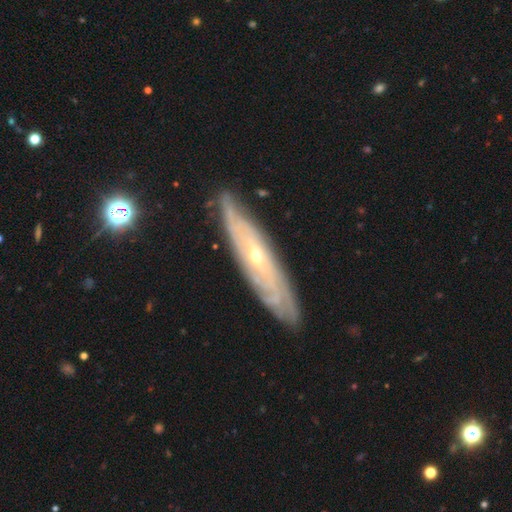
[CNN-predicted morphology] Smooth or featured?
  - featured or disk: 82% *
  - smooth: 12%
  - star or artifact: 6%
Edge-on disk?
  - no: 66% *
  - yes: 34%
Bar?
  - no: 72% *
  - weak: 21%
  - strong: 7%
Spiral arms?
  - yes: 90% *
  - no: 10%
Bulge size?
  - small: 69% *
  - moderate: 29%
  - large: 1%
  - none: 1%
  - dominant: 1%
Merging?
  - none: 82% *
  - minor disturbance: 14%
  - major disturbance: 3%
  - merger: 1%